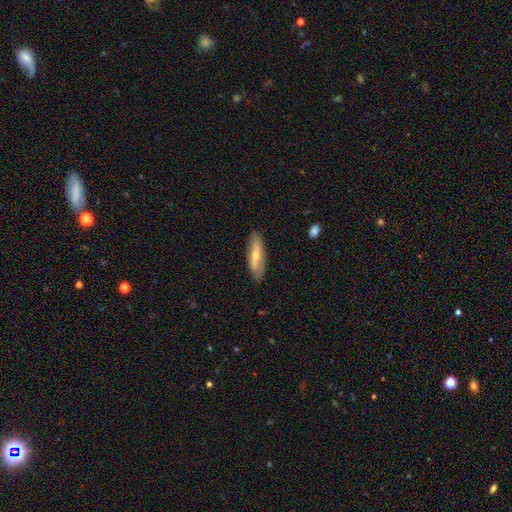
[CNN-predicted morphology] A smooth galaxy with no disk features (57%) that is cigar-shaped (55%).

Vote fractions:
- Smooth or featured? smooth: 57% / featured or disk: 37% / star or artifact: 6%
- How rounded? cigar-shaped: 55% / in between: 43% / round: 2%
- Merging? none: 83% / minor disturbance: 13% / major disturbance: 3% / merger: 1%